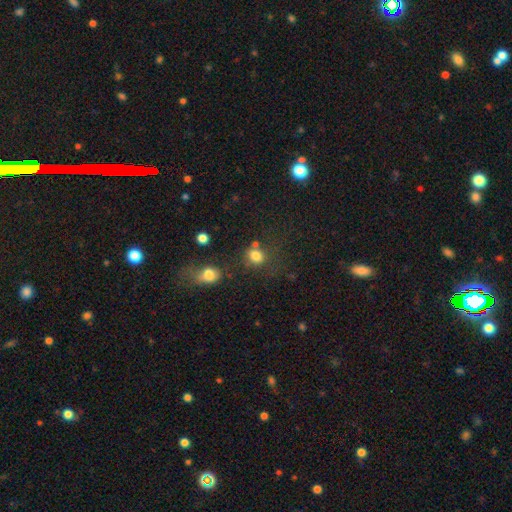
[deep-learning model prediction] Smooth or featured? Predicted: smooth (p=0.79). How rounded? Predicted: round (p=0.68). Merging? Predicted: none (p=0.60).